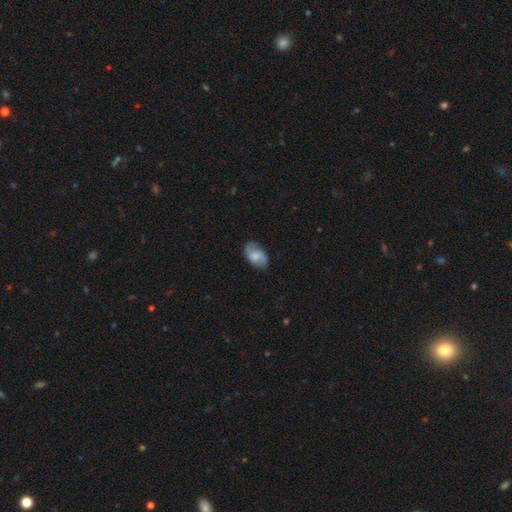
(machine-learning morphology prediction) smooth 54%, featured or disk 38%, star or artifact 7%. Down the decision tree: how rounded — in between (89%); merging — none (72%).